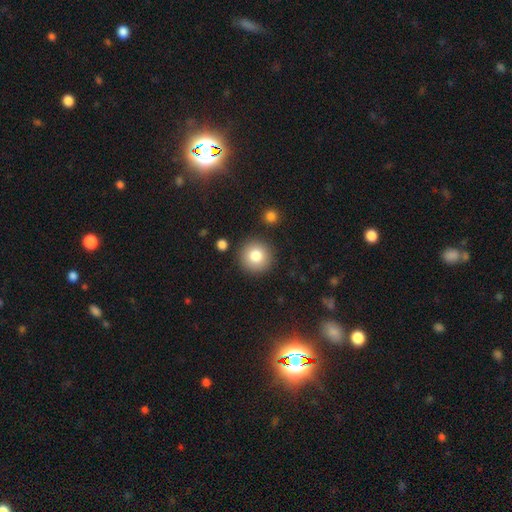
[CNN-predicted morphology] The model was most divided on "smooth or featured": smooth: 81%, star or artifact: 10%, featured or disk: 10%. More confident: how rounded — round (95%); merging — none (89%).